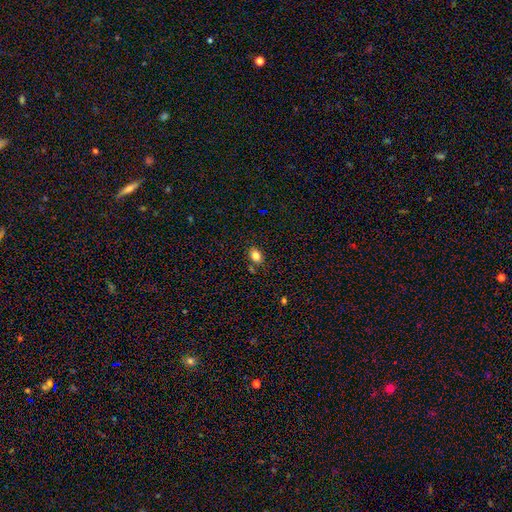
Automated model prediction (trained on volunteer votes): smooth-or-featured: smooth: 82% | star or artifact: 11% | featured or disk: 7%
  how-rounded: in between: 69% | round: 30% | cigar-shaped: 1%
  merging: none: 80% | minor disturbance: 12% | merger: 6% | major disturbance: 3%